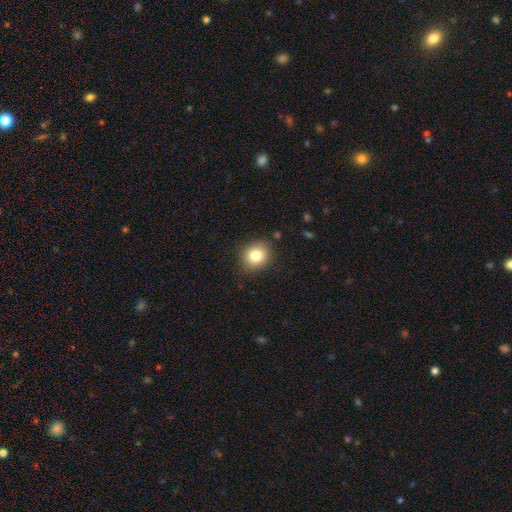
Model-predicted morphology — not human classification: This appears to be a smooth galaxy with no disk features (81%) that is round (73%). Merging: none (86%).